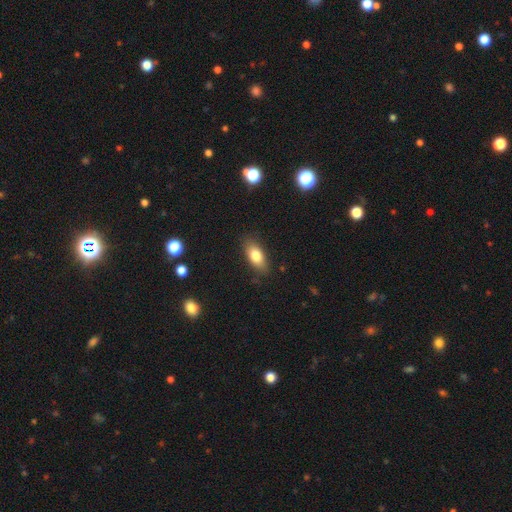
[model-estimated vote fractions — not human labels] Overall: smooth (79%). How rounded: in between (85%). Merging: none (84%).